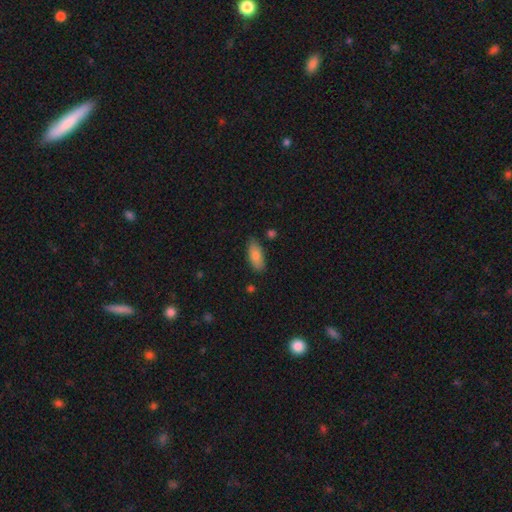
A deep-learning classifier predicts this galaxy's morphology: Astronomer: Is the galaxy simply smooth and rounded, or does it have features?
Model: smooth — 84%.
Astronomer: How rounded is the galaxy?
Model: in between — 86%.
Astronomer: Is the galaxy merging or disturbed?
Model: none — 82%.